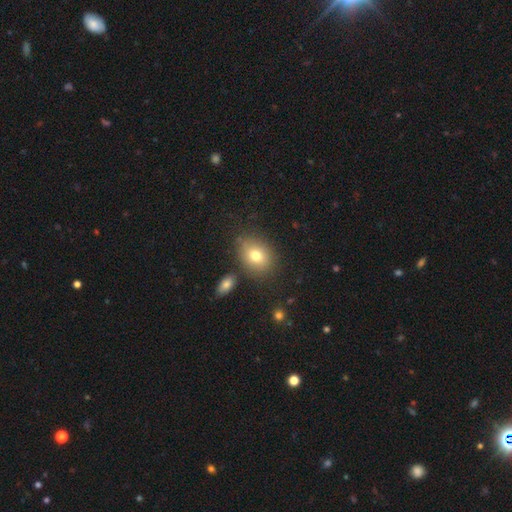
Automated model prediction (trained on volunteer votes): Smooth or featured? smooth (75%)
How rounded? in between (55%)
Merging? none (76%)